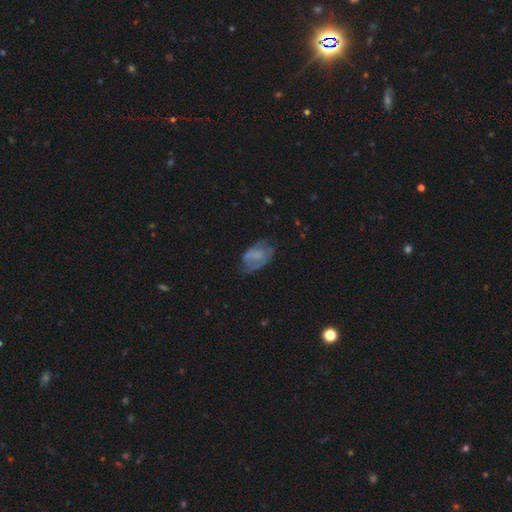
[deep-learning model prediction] smooth_or_featured: smooth (p=0.50) [alt: featured or disk p=0.40]
how_rounded: in between (p=0.88) [alt: round p=0.10]
merging: none (p=0.48) [alt: minor disturbance p=0.31]